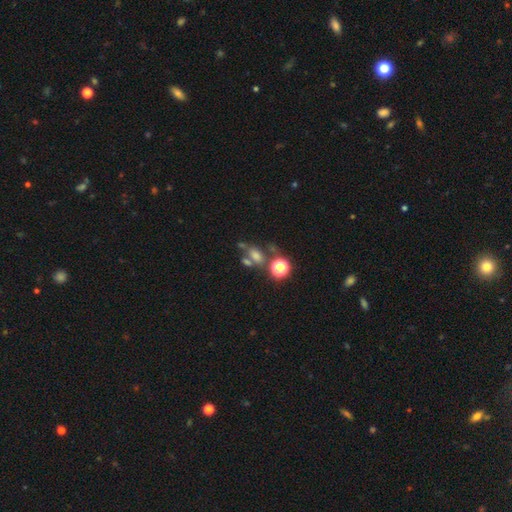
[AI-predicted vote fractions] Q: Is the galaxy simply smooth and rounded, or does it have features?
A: smooth — 51%.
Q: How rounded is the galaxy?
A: in between — 60%.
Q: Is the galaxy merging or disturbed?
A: none — 43%.